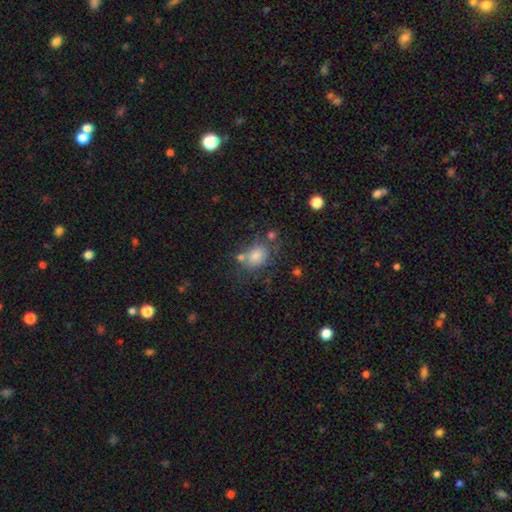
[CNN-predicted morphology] A smooth galaxy with no disk features (75%) that is in between round and cigar-shaped (59%).

Vote fractions:
- Smooth or featured? smooth: 75% / star or artifact: 13% / featured or disk: 12%
- How rounded? in between: 59% / round: 39% / cigar-shaped: 1%
- Merging? none: 57% / minor disturbance: 19% / merger: 15% / major disturbance: 9%